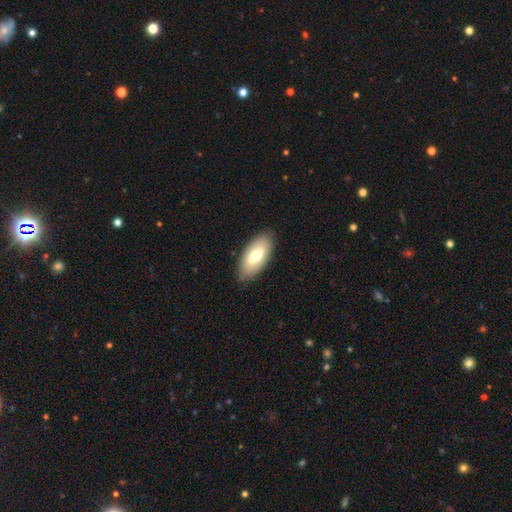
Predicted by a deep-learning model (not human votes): Smooth or featured: smooth — 67% (featured or disk — 27%)
How rounded: in between — 90% (cigar-shaped — 8%)
Merging: none — 85% (minor disturbance — 11%)